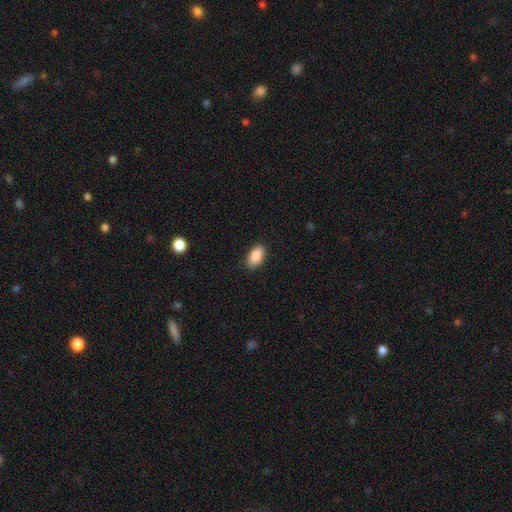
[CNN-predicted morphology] smooth-or-featured: smooth: 89% | star or artifact: 7% | featured or disk: 4%
  how-rounded: in between: 93% | round: 4% | cigar-shaped: 3%
  merging: none: 88% | minor disturbance: 9% | major disturbance: 2% | merger: 1%